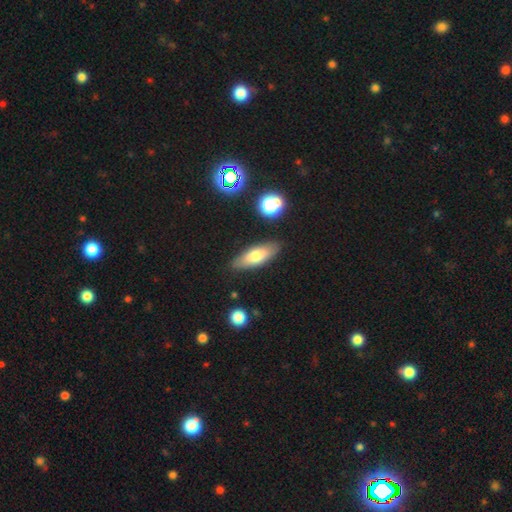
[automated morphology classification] Overall: smooth (69%). How rounded: in between (68%; cigar-shaped 30%). Merging: none (85%).